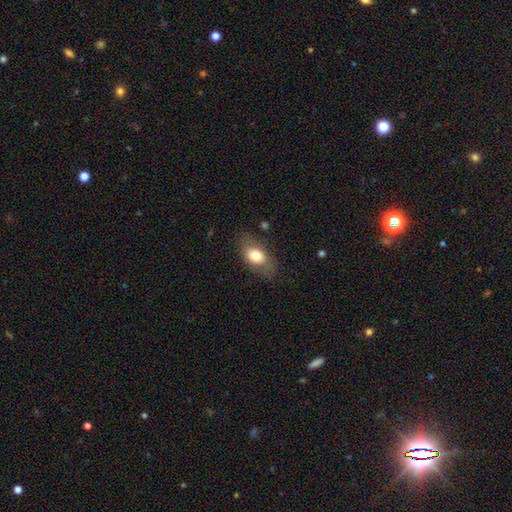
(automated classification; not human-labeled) Q: Smooth or featured?
A: smooth (72%); runner-up: featured or disk (20%)
Q: How rounded?
A: in between (85%); runner-up: round (11%)
Q: Merging?
A: none (75%); runner-up: minor disturbance (17%)